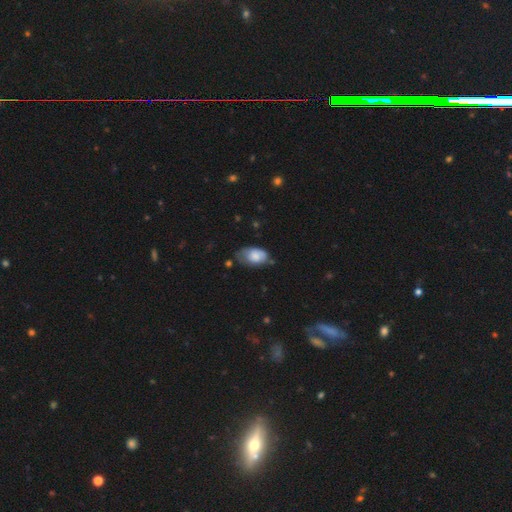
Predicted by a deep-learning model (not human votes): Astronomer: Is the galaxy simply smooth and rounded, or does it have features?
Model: smooth — 75%.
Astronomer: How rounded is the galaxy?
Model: in between — 91%.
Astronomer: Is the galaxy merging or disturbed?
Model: none — 43% (runner-up: minor disturbance, 40%).